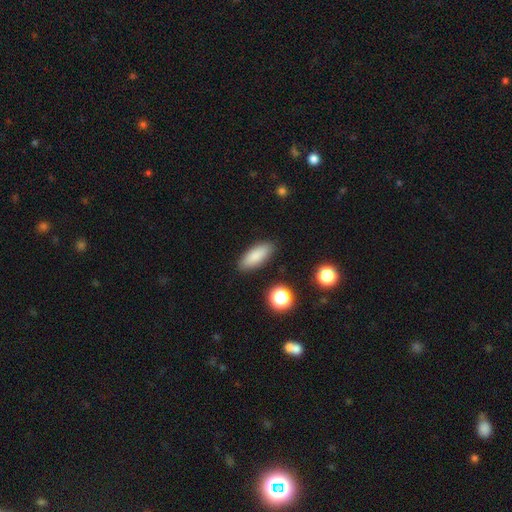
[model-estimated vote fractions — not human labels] The model was most divided on "how rounded": in between: 74%, cigar-shaped: 24%, round: 3%. More confident: merging — none (88%); smooth or featured — smooth (84%).